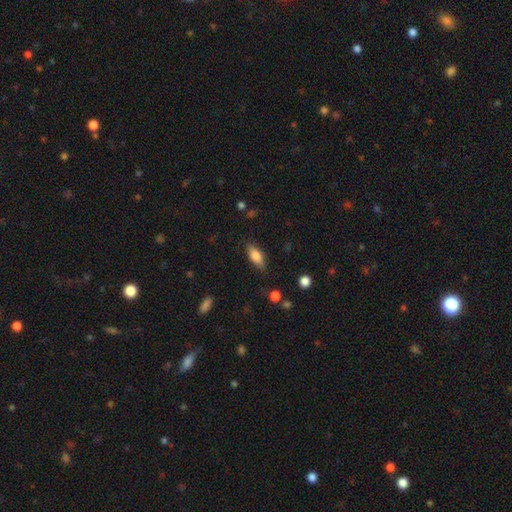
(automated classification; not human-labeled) A smooth galaxy with no disk features (75%) that is in between round and cigar-shaped (78%).

Vote fractions:
- Smooth or featured? smooth: 75% / featured or disk: 18% / star or artifact: 7%
- How rounded? in between: 78% / cigar-shaped: 19% / round: 3%
- Merging? none: 81% / minor disturbance: 14% / major disturbance: 4% / merger: 1%